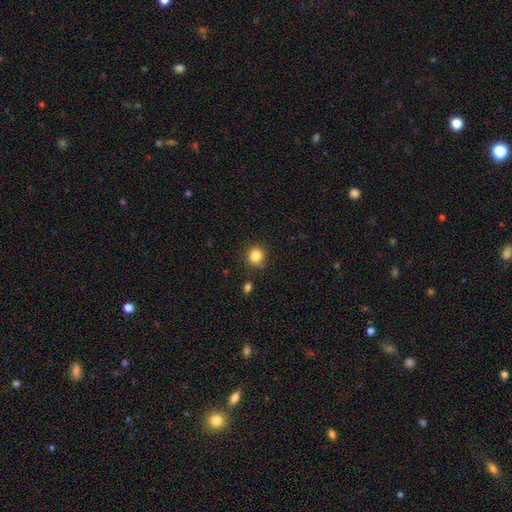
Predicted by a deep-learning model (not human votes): The model was most divided on "merging": none: 83%, minor disturbance: 12%, major disturbance: 3%, merger: 3%. More confident: how rounded — round (88%); smooth or featured — smooth (84%).